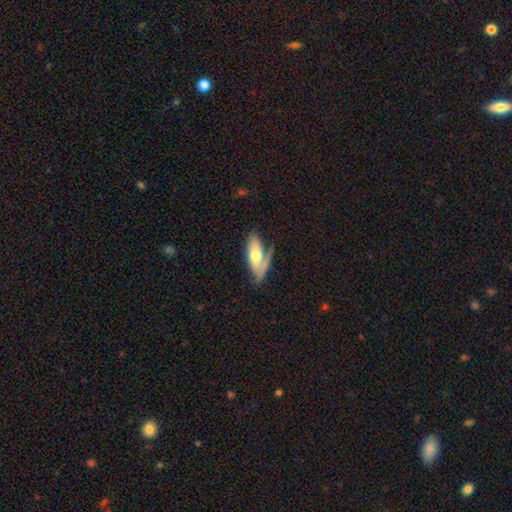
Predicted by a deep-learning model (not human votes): smooth 57%, featured or disk 37%, star or artifact 6%. Down the decision tree: how rounded — in between (73%); merging — none (45%).